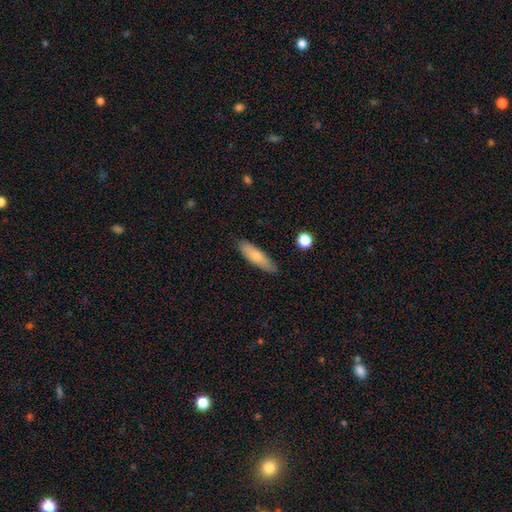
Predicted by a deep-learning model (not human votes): This appears to be a smooth galaxy with no disk features (76%) that is cigar-shaped (58%). Merging: none (84%).